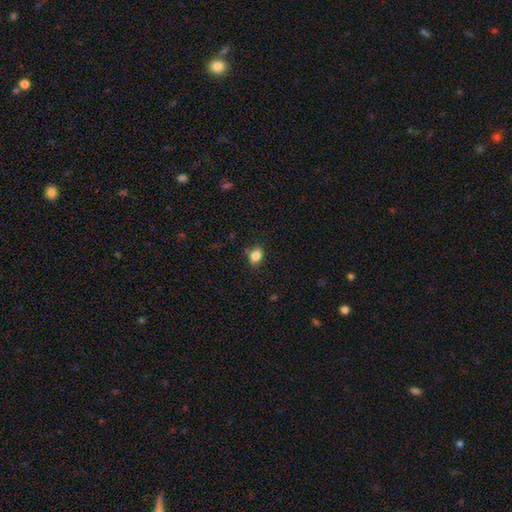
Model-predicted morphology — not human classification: smooth_or_featured: smooth (p=0.84) [alt: star or artifact p=0.10]
how_rounded: in between (p=0.62) [alt: round p=0.36]
merging: none (p=0.80) [alt: minor disturbance p=0.14]